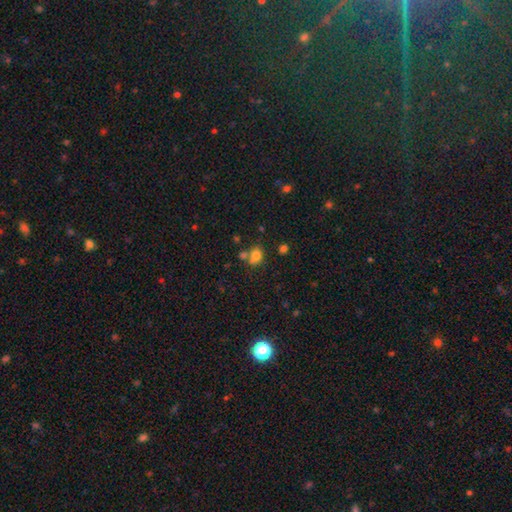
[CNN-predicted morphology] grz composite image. It shows a smooth galaxy with no disk features (77%) that is round (54%). Merging: none (51%).